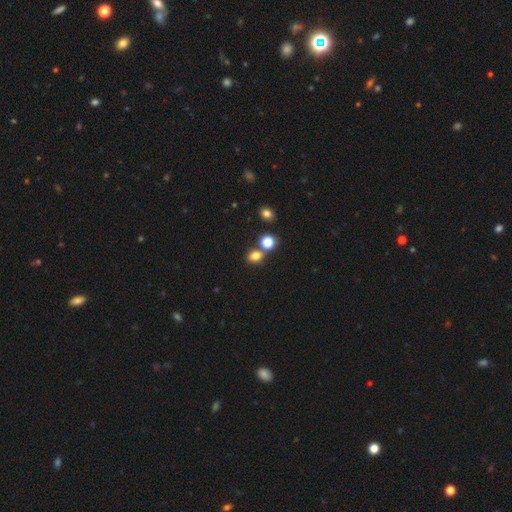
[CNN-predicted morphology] Overall: smooth (78%). How rounded: round (57%; in between 41%). Merging: none (65%).